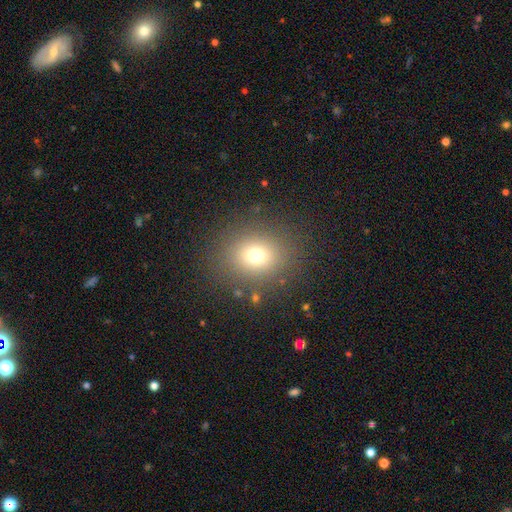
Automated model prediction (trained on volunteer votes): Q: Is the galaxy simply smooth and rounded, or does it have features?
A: smooth — 70%.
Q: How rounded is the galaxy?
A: round — 69%.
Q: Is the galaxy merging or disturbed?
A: none — 84%.